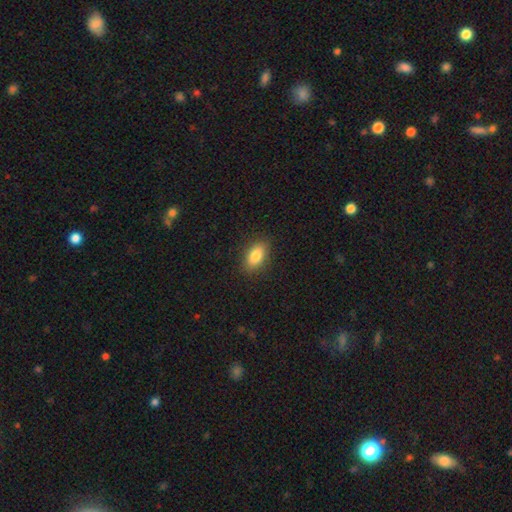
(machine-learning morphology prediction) Smooth or featured? Predicted: smooth (p=0.84). How rounded? Predicted: in between (p=0.87). Merging? Predicted: none (p=0.87).